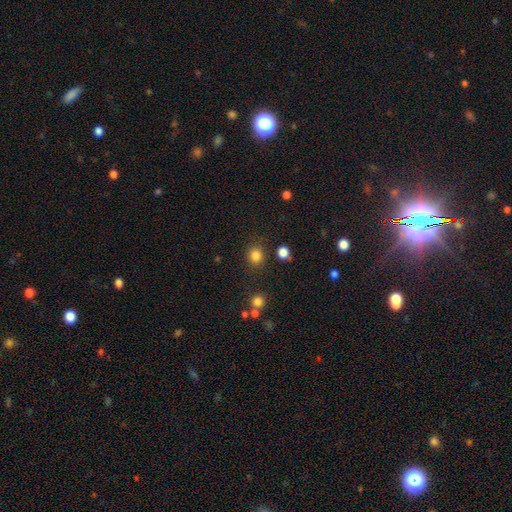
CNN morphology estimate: A smooth galaxy with no disk features (83%) that is round (81%). Merging: none (85%).